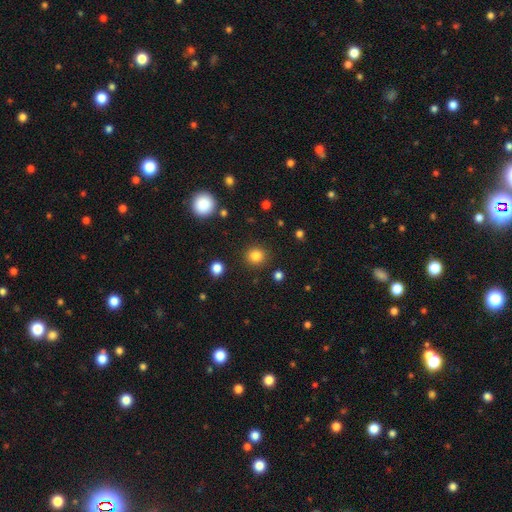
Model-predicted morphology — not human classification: Smooth or featured? smooth (83%)
How rounded? round (88%)
Merging? none (89%)